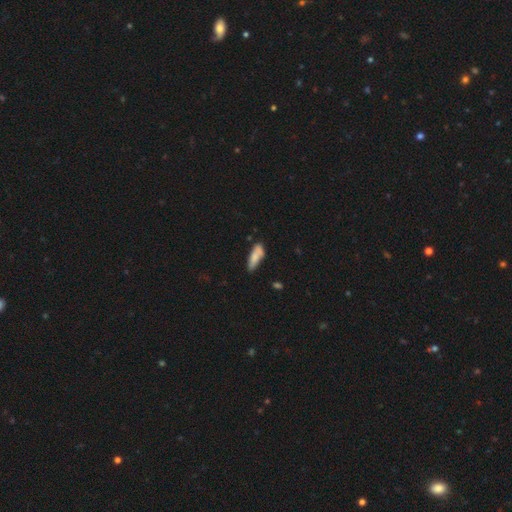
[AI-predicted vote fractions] Smooth or featured? Predicted: smooth (p=0.78). How rounded? Predicted: in between (p=0.54). Merging? Predicted: none (p=0.59).